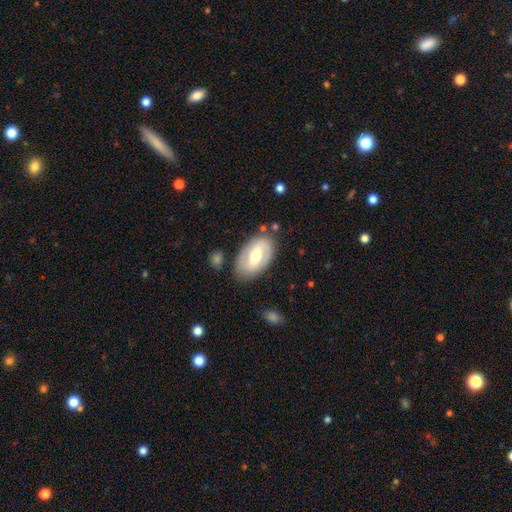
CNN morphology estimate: A featured or disk galaxy (63%) with a weak bar (42%), spiral arms (61%) and a moderate central bulge (70%).

Vote fractions:
- Smooth or featured? featured or disk: 63% / smooth: 32% / star or artifact: 5%
- Edge-on disk? no: 93% / yes: 7%
- Bar? weak: 42% / strong: 37% / no: 21%
- Spiral arms? yes: 61% / no: 39%
- Bulge size? moderate: 70% / small: 18% / large: 10% / dominant: 1% / none: 1%
- Merging? none: 79% / minor disturbance: 14% / major disturbance: 4% / merger: 2%